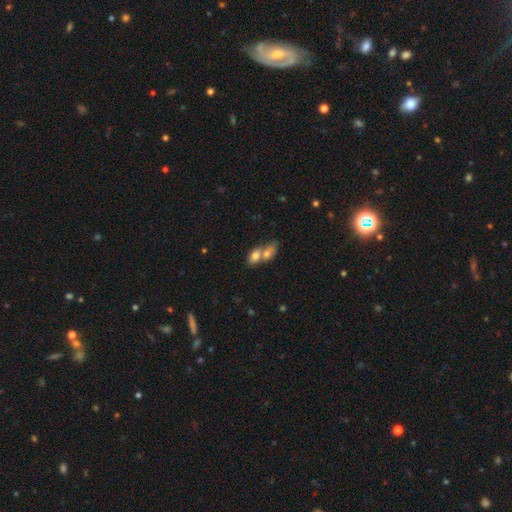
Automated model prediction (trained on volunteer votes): smooth_or_featured: smooth (p=0.75) [alt: featured or disk p=0.17]
how_rounded: in between (p=0.82) [alt: round p=0.12]
merging: merger (p=0.71) [alt: none p=0.20]